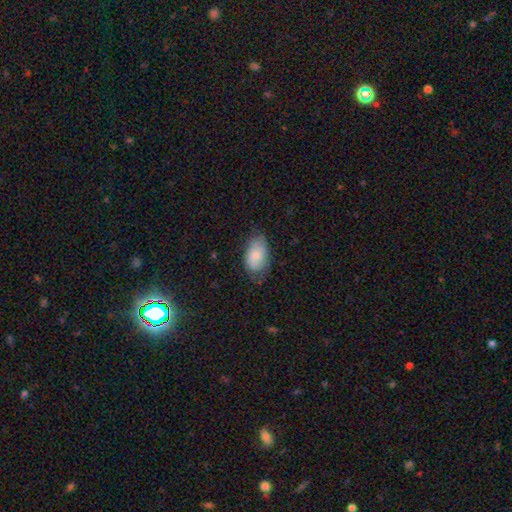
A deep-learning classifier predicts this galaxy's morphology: The model was most divided on "merging": none: 62%, minor disturbance: 29%, major disturbance: 8%, merger: 1%. More confident: how rounded — in between (93%); smooth or featured — smooth (74%).